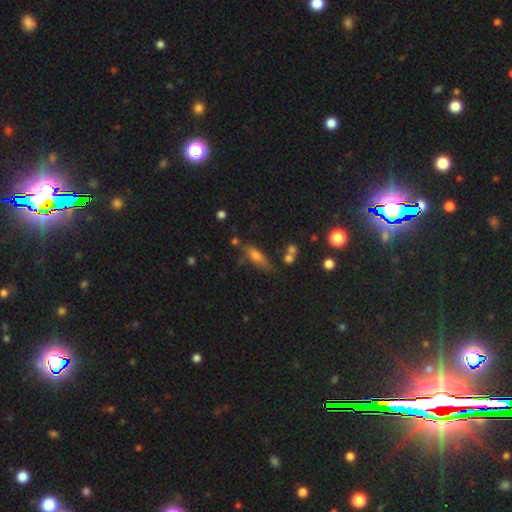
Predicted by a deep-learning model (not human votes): The model was most divided on "how rounded": cigar-shaped: 51%, in between: 46%, round: 3%. More confident: merging — none (63%); smooth or featured — smooth (61%).